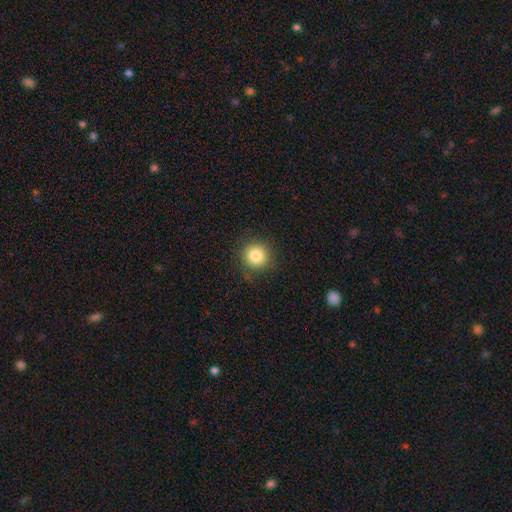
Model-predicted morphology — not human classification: smooth_or_featured: smooth (p=0.82) [alt: star or artifact p=0.11]
how_rounded: round (p=0.93) [alt: in between p=0.06]
merging: none (p=0.87) [alt: minor disturbance p=0.09]